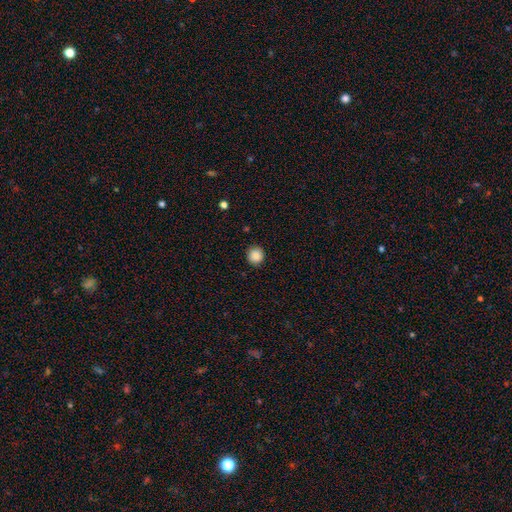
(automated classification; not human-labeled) Q: Smooth or featured?
A: smooth (87%); runner-up: star or artifact (10%)
Q: How rounded?
A: round (94%); runner-up: in between (5%)
Q: Merging?
A: none (91%); runner-up: minor disturbance (6%)